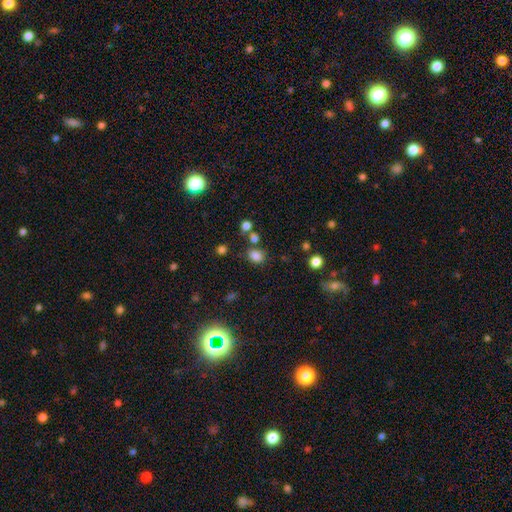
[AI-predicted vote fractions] smooth-or-featured: smooth: 80% | star or artifact: 15% | featured or disk: 5%
  how-rounded: in between: 57% | round: 42% | cigar-shaped: 1%
  merging: none: 72% | minor disturbance: 13% | merger: 10% | major disturbance: 5%